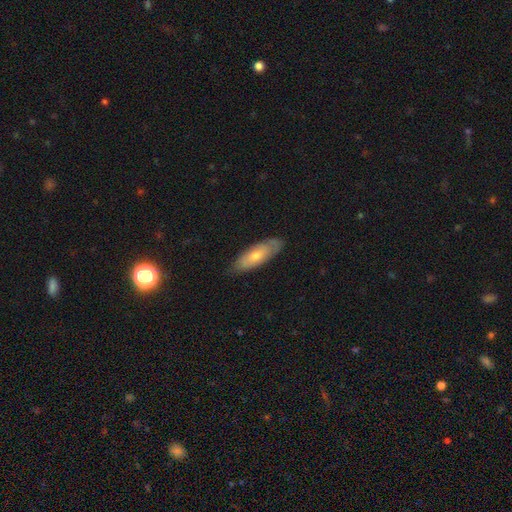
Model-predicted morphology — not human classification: A smooth galaxy with no disk features (58%) that is in between round and cigar-shaped (60%).

Vote fractions:
- Smooth or featured? smooth: 58% / featured or disk: 36% / star or artifact: 6%
- How rounded? in between: 60% / cigar-shaped: 38% / round: 2%
- Merging? none: 79% / minor disturbance: 17% / major disturbance: 3% / merger: 1%